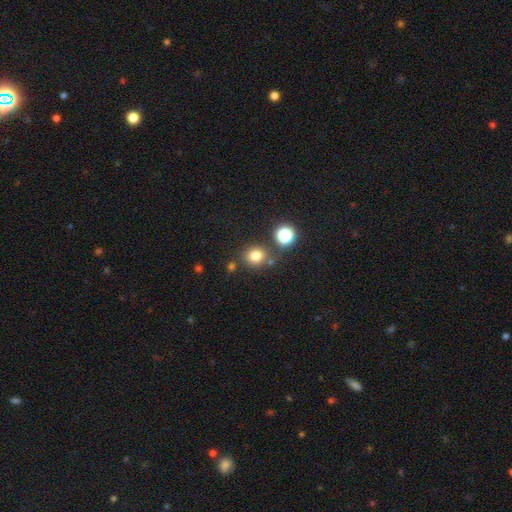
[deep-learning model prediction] Smooth or featured: smooth — 78% (star or artifact — 16%)
How rounded: round — 83% (in between — 16%)
Merging: none — 77% (merger — 10%)